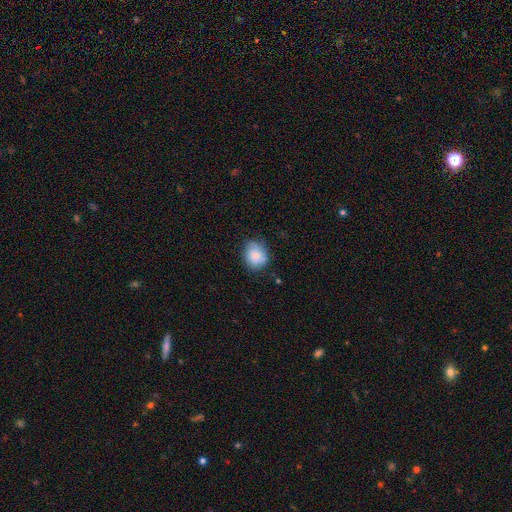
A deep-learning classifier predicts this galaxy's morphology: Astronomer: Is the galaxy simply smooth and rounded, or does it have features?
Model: smooth — 80%.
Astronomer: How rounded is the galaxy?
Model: round — 66%.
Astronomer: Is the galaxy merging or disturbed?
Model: none — 69%.